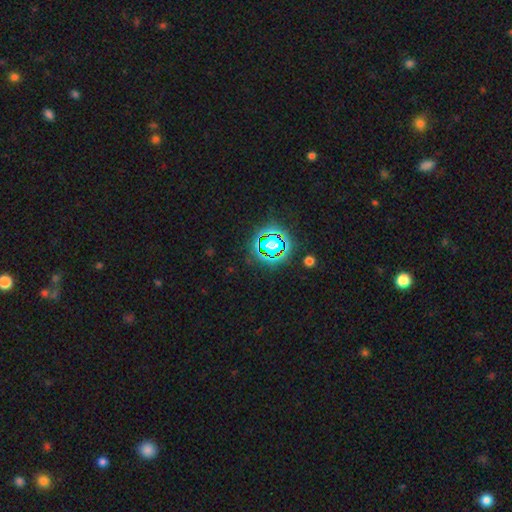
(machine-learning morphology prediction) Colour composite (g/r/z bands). It shows a star or artifact, not a galaxy (80%).